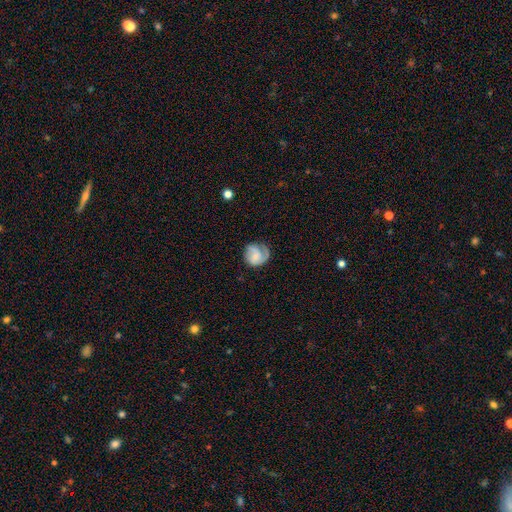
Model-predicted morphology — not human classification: A featured or disk galaxy (49%).

Vote fractions:
- Smooth or featured? featured or disk: 49% / smooth: 43% / star or artifact: 7%
- Merging? none: 61% / minor disturbance: 24% / major disturbance: 14% / merger: 2%